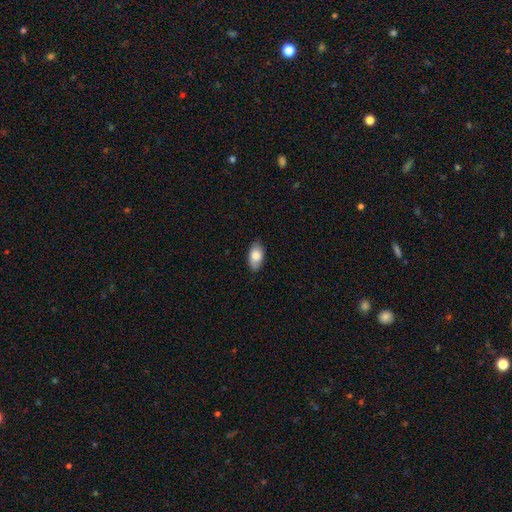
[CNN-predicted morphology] Q: Smooth or featured?
A: smooth (83%); runner-up: featured or disk (11%)
Q: How rounded?
A: in between (93%); runner-up: round (4%)
Q: Merging?
A: none (83%); runner-up: minor disturbance (14%)